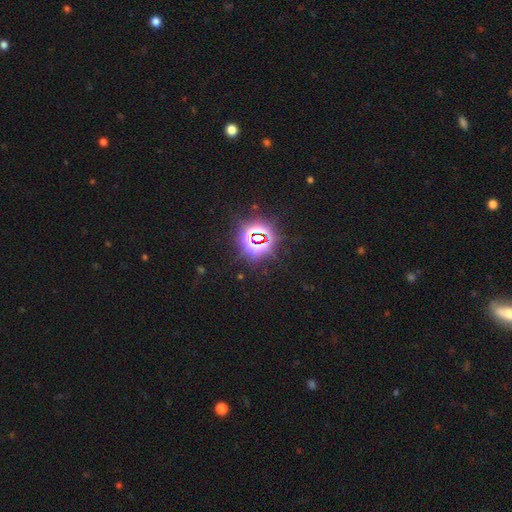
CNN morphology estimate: This appears to be a star or artifact, not a galaxy (86%).